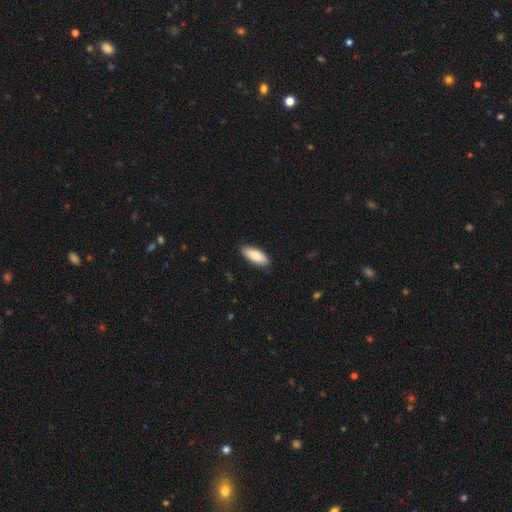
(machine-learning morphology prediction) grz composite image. It shows a smooth galaxy with no disk features (82%) that is in between round and cigar-shaped (74%). Merging: none (87%).